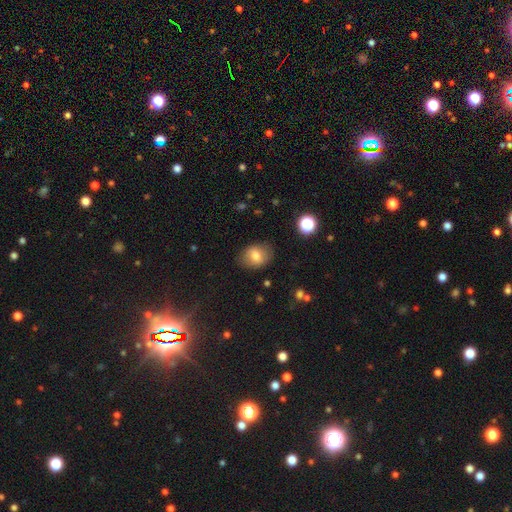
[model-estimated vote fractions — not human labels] Q: Smooth or featured?
A: smooth (74%); runner-up: featured or disk (16%)
Q: How rounded?
A: in between (57%); runner-up: round (42%)
Q: Merging?
A: none (80%); runner-up: minor disturbance (14%)